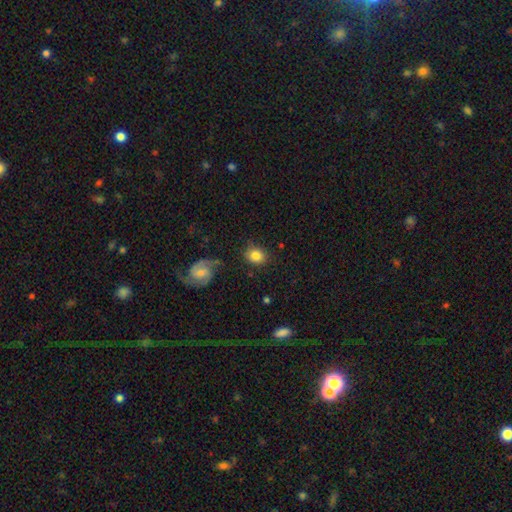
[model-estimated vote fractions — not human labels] Smooth or featured? smooth (78%)
How rounded? round (56%)
Merging? none (74%)